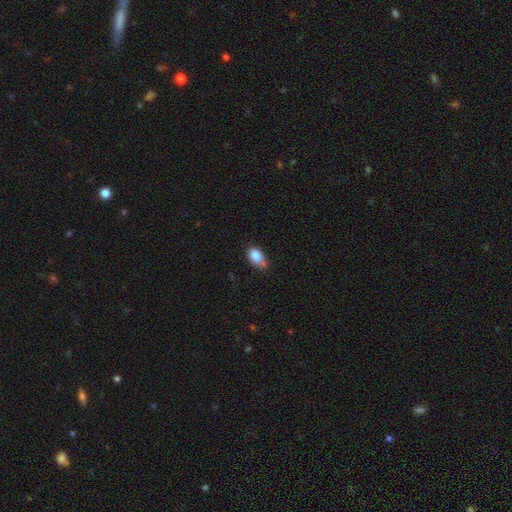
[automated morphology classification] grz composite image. It shows a smooth galaxy with no disk features (84%) that is in between round and cigar-shaped (84%). Merging: none (48%).